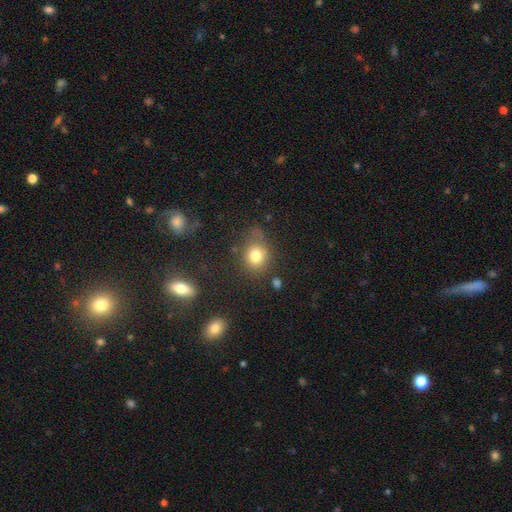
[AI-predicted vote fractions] This appears to be a smooth galaxy with no disk features (77%) that is round (67%). Merging: none (63%).